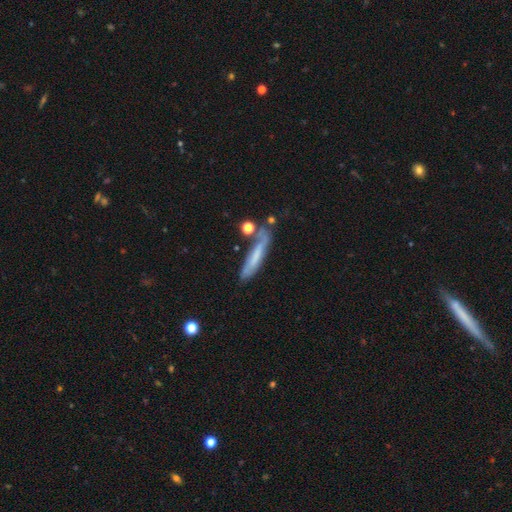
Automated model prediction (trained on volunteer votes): Overall: smooth (54%; featured or disk 37%). How rounded: cigar-shaped (85%). Merging: none (50%; minor disturbance 25%).